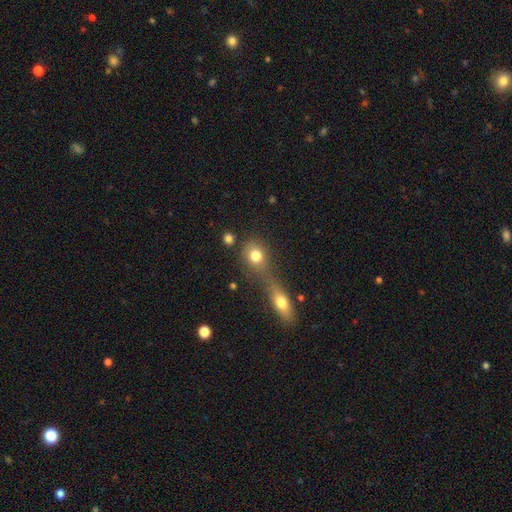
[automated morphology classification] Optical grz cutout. It shows a smooth galaxy with no disk features (79%) that is round (65%). Merging: merger (44%).